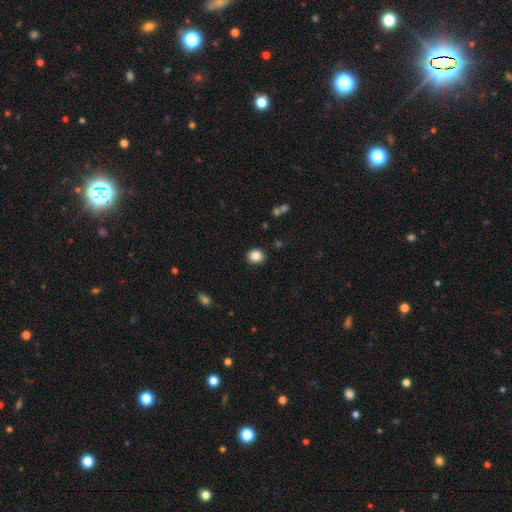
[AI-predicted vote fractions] Smooth or featured? smooth (86%)
How rounded? round (63%)
Merging? none (89%)